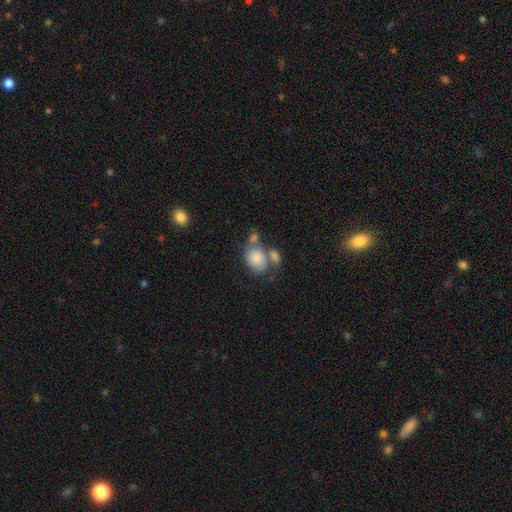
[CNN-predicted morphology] A smooth galaxy with no disk features (79%) that is in between round and cigar-shaped (58%).

Vote fractions:
- Smooth or featured? smooth: 79% / featured or disk: 13% / star or artifact: 8%
- How rounded? in between: 58% / round: 41% / cigar-shaped: 1%
- Merging? merger: 38% / none: 36% / minor disturbance: 17% / major disturbance: 9%